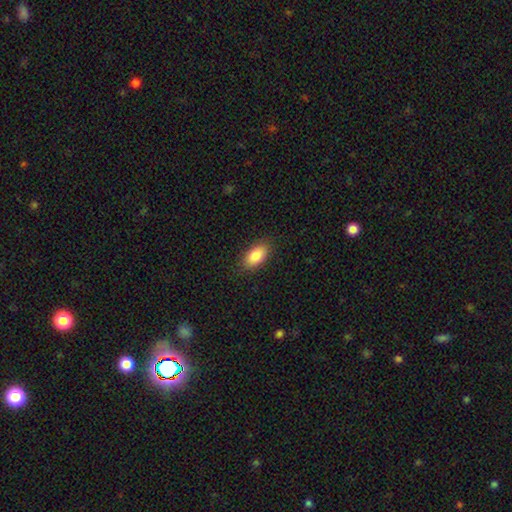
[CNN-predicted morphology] type=smooth (86%); roundness=in between (92%); merging=none (87%).